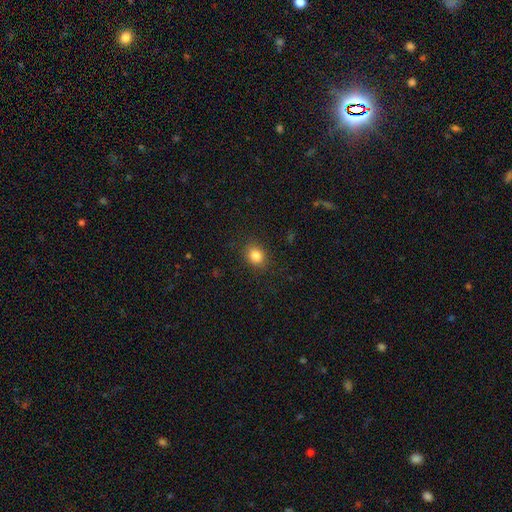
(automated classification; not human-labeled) smooth 84%, star or artifact 10%, featured or disk 5%. Down the decision tree: how rounded — round (53%); merging — none (88%).